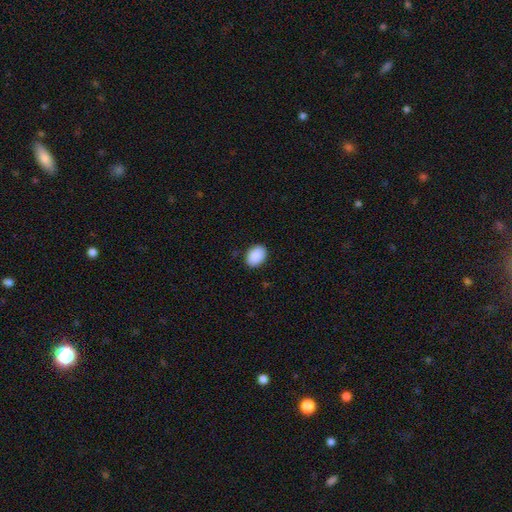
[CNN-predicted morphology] A smooth galaxy with no disk features (91%) that is in between round and cigar-shaped (79%).

Vote fractions:
- Smooth or featured? smooth: 91% / star or artifact: 7% / featured or disk: 3%
- How rounded? in between: 79% / round: 20% / cigar-shaped: 1%
- Merging? none: 88% / minor disturbance: 9% / major disturbance: 2% / merger: 1%